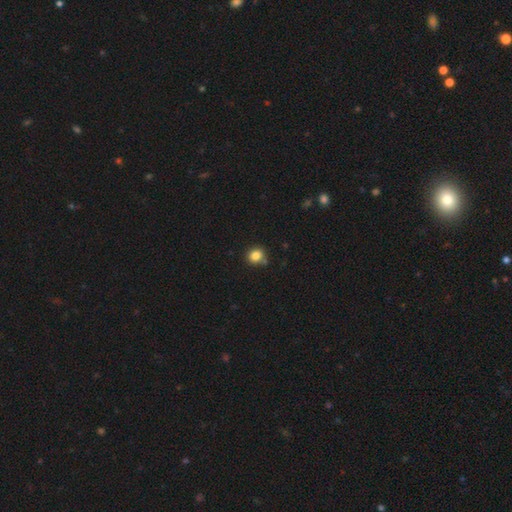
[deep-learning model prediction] Smooth or featured? smooth (83%)
How rounded? round (81%)
Merging? none (77%)